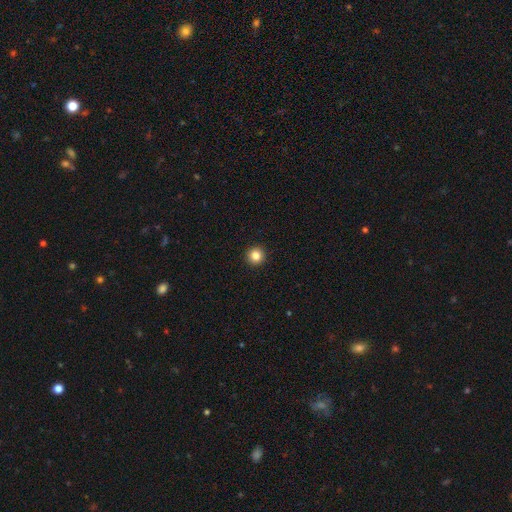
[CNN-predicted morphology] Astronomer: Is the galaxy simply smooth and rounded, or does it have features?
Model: smooth — 84%.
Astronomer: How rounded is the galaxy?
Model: round — 96%.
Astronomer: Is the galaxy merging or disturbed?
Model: none — 94%.